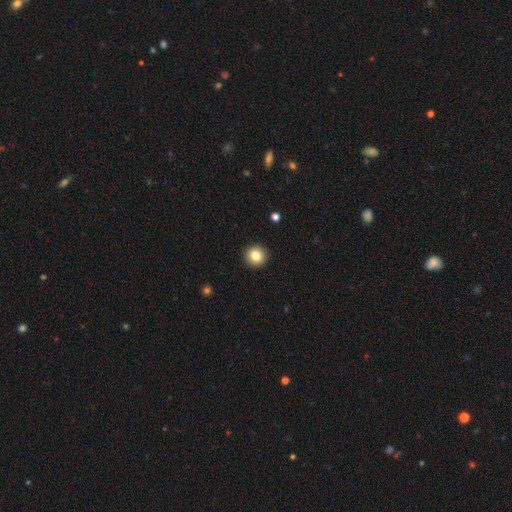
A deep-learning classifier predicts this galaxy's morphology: smooth 83%, star or artifact 10%, featured or disk 7%. Down the decision tree: how rounded — round (95%); merging — none (93%).